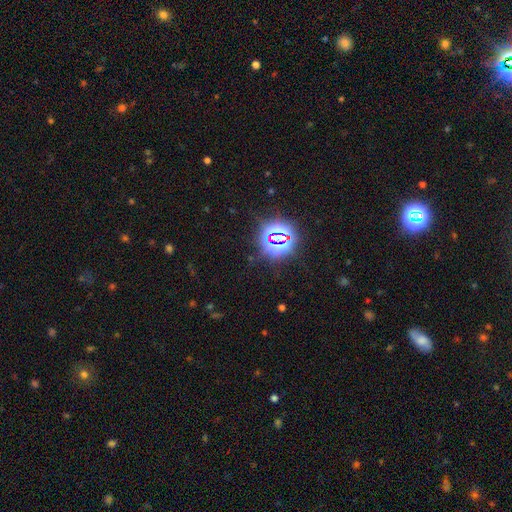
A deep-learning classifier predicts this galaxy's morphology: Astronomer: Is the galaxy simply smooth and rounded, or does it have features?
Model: star or artifact — 79%.